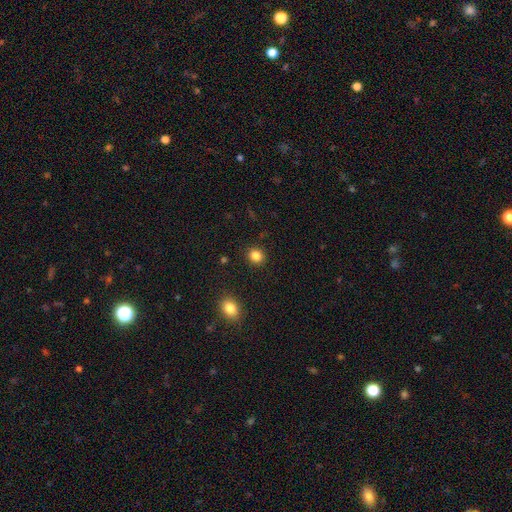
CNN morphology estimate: smooth-or-featured: smooth: 85% | star or artifact: 11% | featured or disk: 4%
  how-rounded: round: 78% | in between: 21% | cigar-shaped: 1%
  merging: none: 91% | minor disturbance: 6% | major disturbance: 2% | merger: 1%